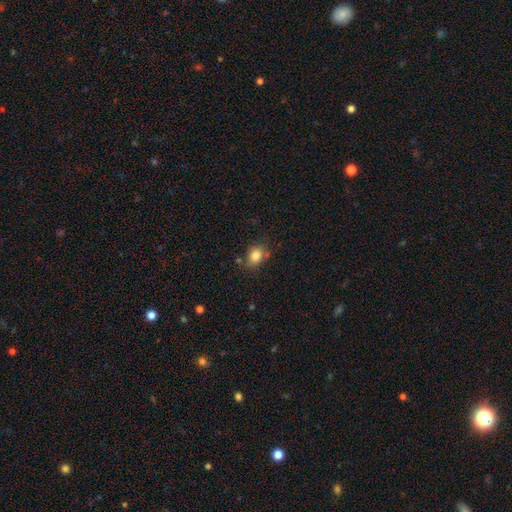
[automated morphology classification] smooth_or_featured: smooth (p=0.82) [alt: star or artifact p=0.10]
how_rounded: in between (p=0.55) [alt: round p=0.44]
merging: none (p=0.69) [alt: minor disturbance p=0.19]